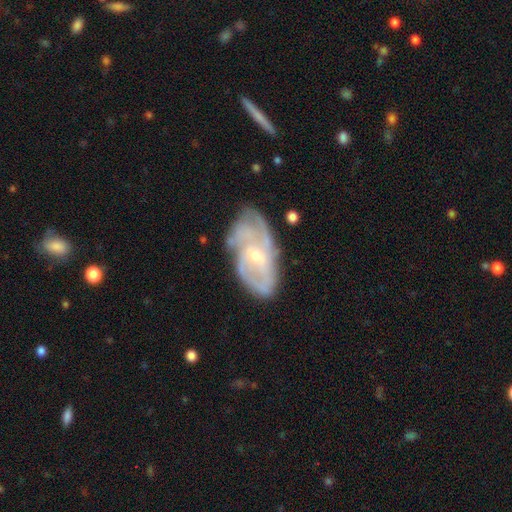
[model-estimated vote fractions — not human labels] smooth-or-featured: featured or disk: 78% | smooth: 15% | star or artifact: 7%
  disk-edge-on: no: 95% | yes: 5%
    bar: no: 48% | weak: 41% | strong: 11%
    has-spiral-arms: yes: 84% | no: 16%
      spiral-winding: tight: 44% | medium: 40% | loose: 16%
      spiral-arm-count: can't tell: 38% | 2: 27% | 3: 18% | 4: 9% | 1: 4% | more than 4: 4%
    bulge-size: small: 68% | moderate: 28% | none: 2% | large: 1% | dominant: 1%
  merging: none: 60% | minor disturbance: 25% | major disturbance: 11% | merger: 4%